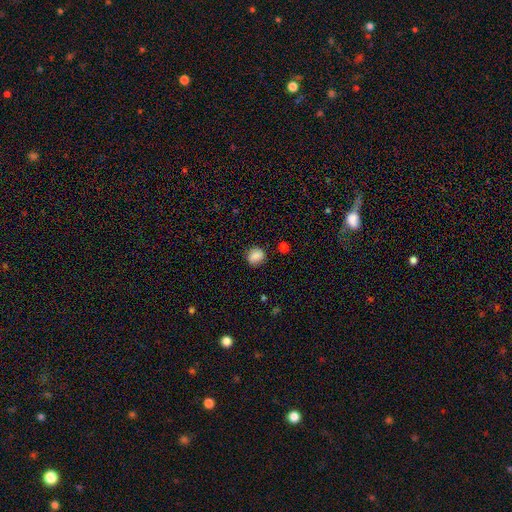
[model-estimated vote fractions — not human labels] Morphology: type=smooth (85%); roundness=round (81%); merging=none (86%).